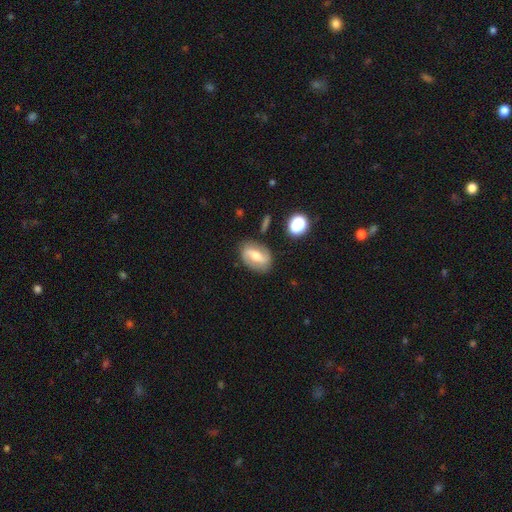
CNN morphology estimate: Q: Smooth or featured?
A: featured or disk (65%); runner-up: smooth (27%)
Q: Edge-on disk?
A: no (93%); runner-up: yes (7%)
Q: Bar?
A: strong (43%); runner-up: weak (35%)
Q: Spiral arms?
A: yes (79%); runner-up: no (21%)
Q: Bulge size?
A: moderate (64%); runner-up: small (26%)
Q: Merging?
A: none (79%); runner-up: minor disturbance (14%)